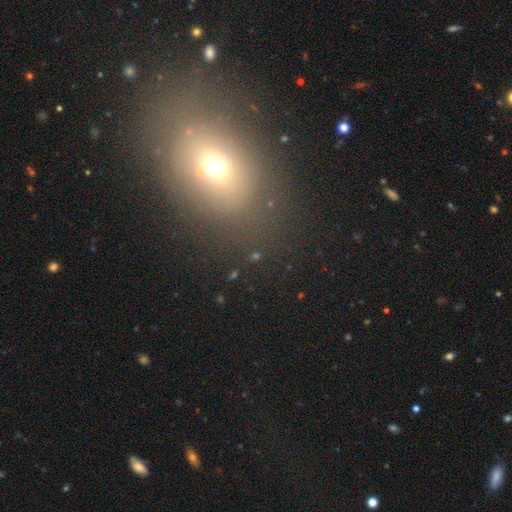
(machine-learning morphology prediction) This is possibly a star or artifact rather than a galaxy (45%).